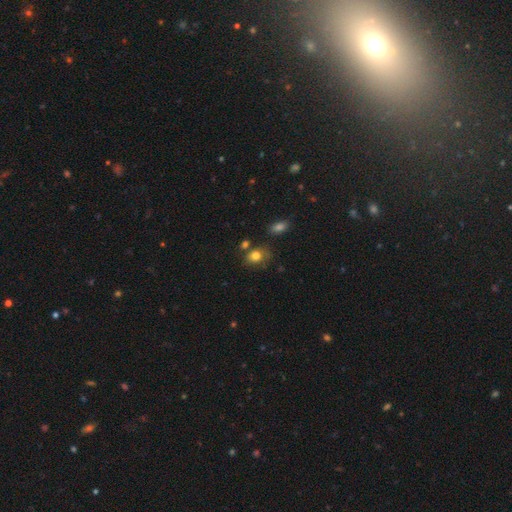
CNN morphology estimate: Smooth or featured: smooth — 79% (star or artifact — 11%)
How rounded: in between — 55% (round — 44%)
Merging: none — 64% (minor disturbance — 20%)